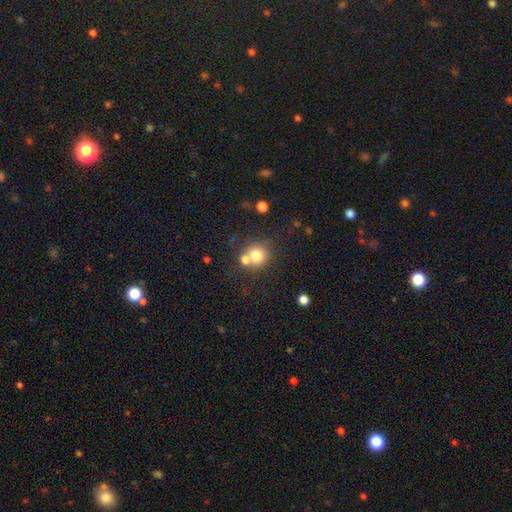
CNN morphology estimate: The model was most divided on "merging": none: 54%, merger: 33%, minor disturbance: 9%, major disturbance: 4%. More confident: how rounded — round (87%); smooth or featured — smooth (76%).